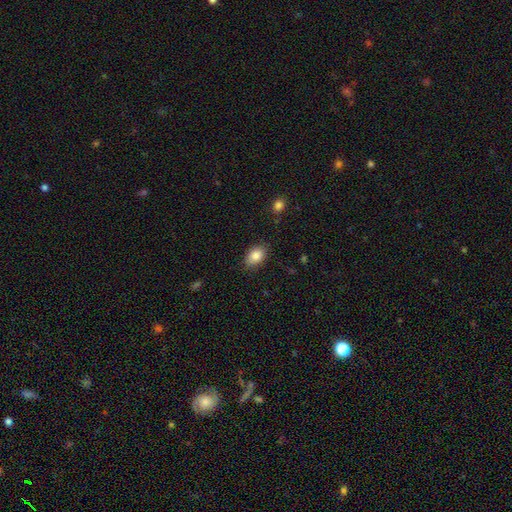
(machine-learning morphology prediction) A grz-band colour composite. It shows a smooth galaxy with no disk features (85%) that is in between round and cigar-shaped (85%). Merging: none (84%).